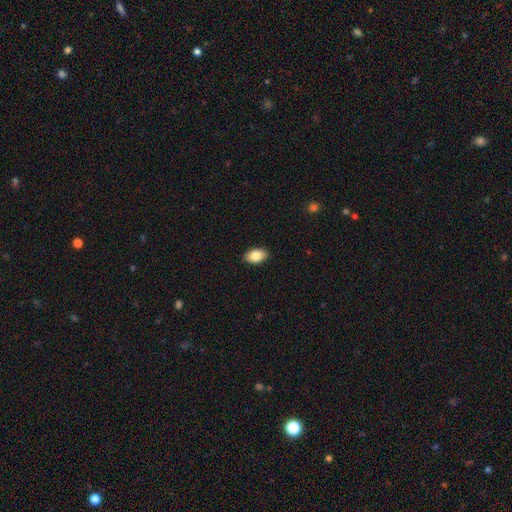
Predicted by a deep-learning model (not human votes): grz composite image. It shows a smooth galaxy with no disk features (86%) that is in between round and cigar-shaped (92%). Merging: none (89%).